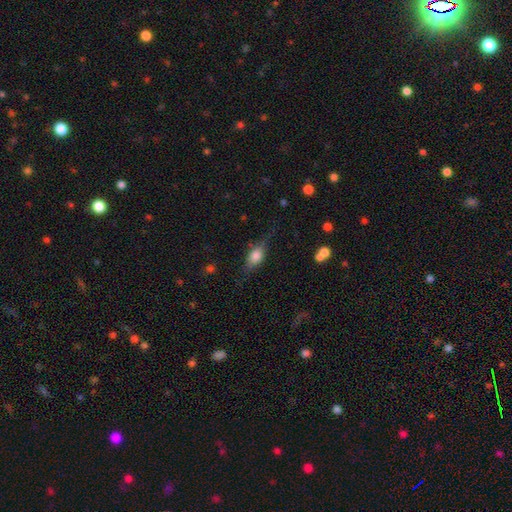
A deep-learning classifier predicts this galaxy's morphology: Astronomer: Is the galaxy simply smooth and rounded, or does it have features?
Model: smooth — 64%.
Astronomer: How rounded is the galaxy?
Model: in between — 76%.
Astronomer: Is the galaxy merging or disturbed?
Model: none — 65%.